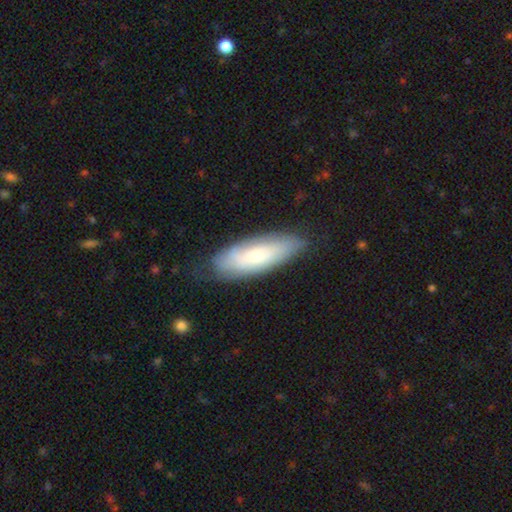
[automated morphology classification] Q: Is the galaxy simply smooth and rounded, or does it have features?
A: smooth — 55%.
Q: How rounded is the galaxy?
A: in between — 65%.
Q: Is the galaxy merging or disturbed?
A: none — 74%.